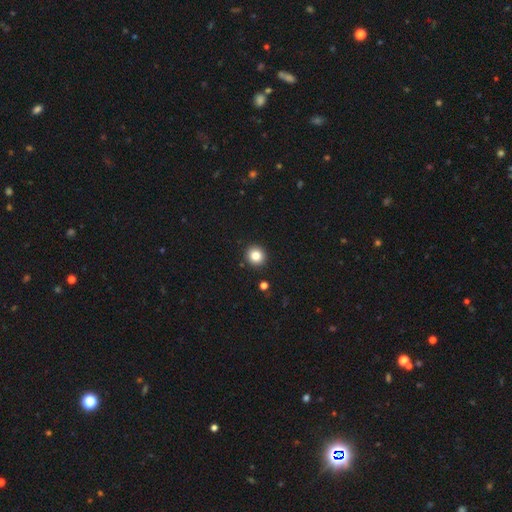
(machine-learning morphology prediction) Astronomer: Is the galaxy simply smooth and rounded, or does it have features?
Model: smooth — 83%.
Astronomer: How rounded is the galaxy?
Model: round — 89%.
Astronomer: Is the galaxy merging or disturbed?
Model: none — 92%.